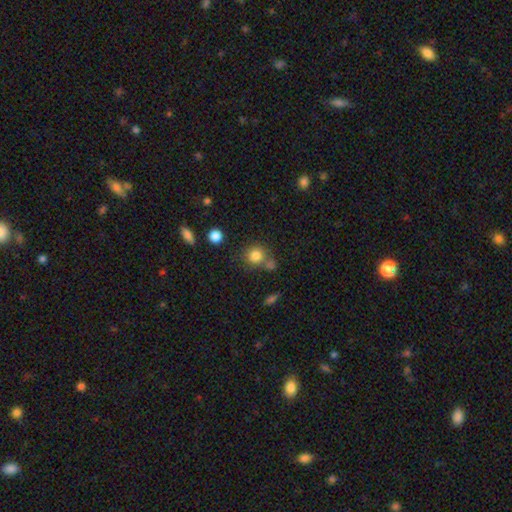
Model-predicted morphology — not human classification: A smooth galaxy with no disk features (81%) that is round (87%). Merging: none (63%).